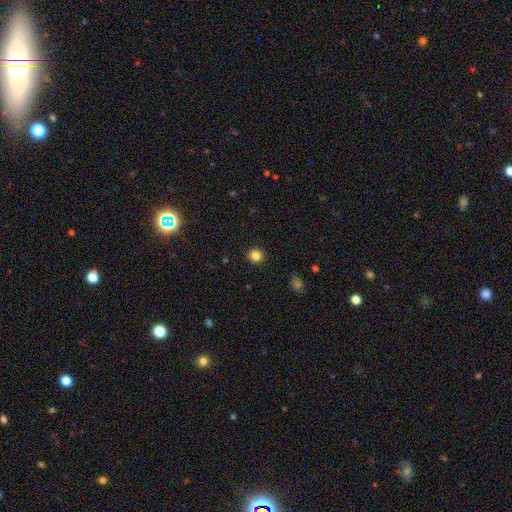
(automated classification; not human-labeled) smooth-or-featured: smooth: 84% | star or artifact: 12% | featured or disk: 4%
  how-rounded: round: 92% | in between: 7% | cigar-shaped: 1%
  merging: none: 92% | minor disturbance: 5% | major disturbance: 2% | merger: 1%